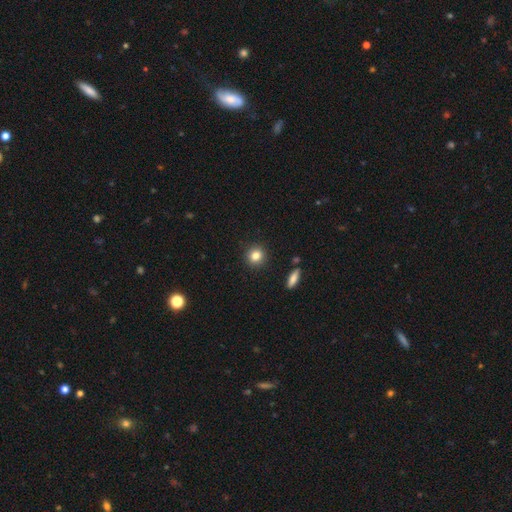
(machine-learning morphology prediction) Smooth or featured? Predicted: smooth (p=0.82). How rounded? Predicted: round (p=0.88). Merging? Predicted: none (p=0.91).